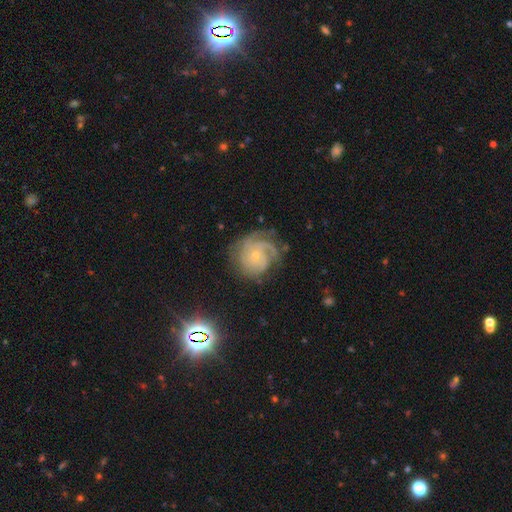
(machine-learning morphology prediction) featured or disk 85%, smooth 9%, star or artifact 7%. Down the decision tree: edge-on disk — no (98%); bar — no (75%); spiral arms — yes (97%); spiral arm count — 3 (37%); spiral winding — tight (63%); bulge size — small (72%); merging — none (67%).